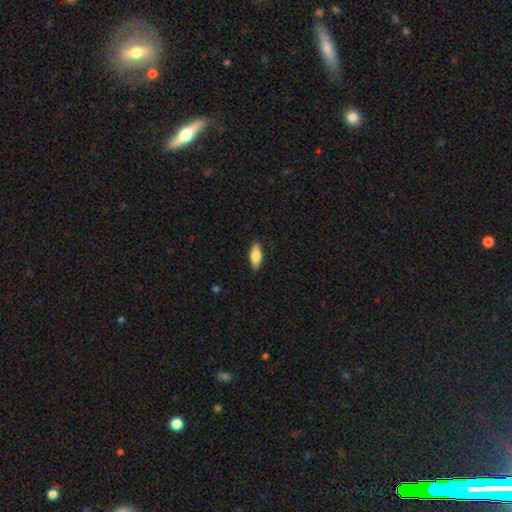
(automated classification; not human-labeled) smooth-or-featured: smooth: 79% | featured or disk: 15% | star or artifact: 6%
  how-rounded: in between: 79% | cigar-shaped: 19% | round: 2%
  merging: none: 88% | minor disturbance: 9% | major disturbance: 2% | merger: 1%